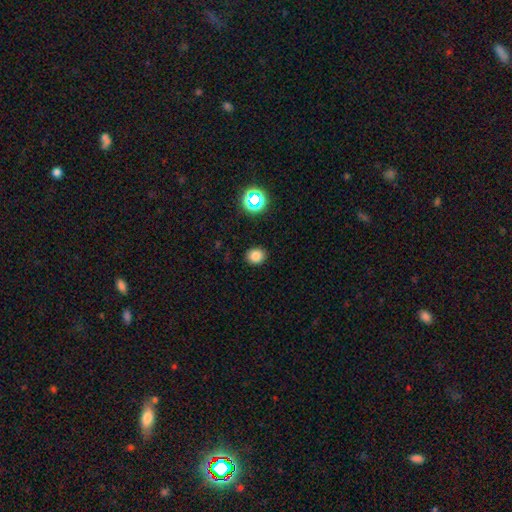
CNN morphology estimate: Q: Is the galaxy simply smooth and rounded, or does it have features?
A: smooth — 80%.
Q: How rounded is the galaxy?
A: round — 71%.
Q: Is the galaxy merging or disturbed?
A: none — 89%.